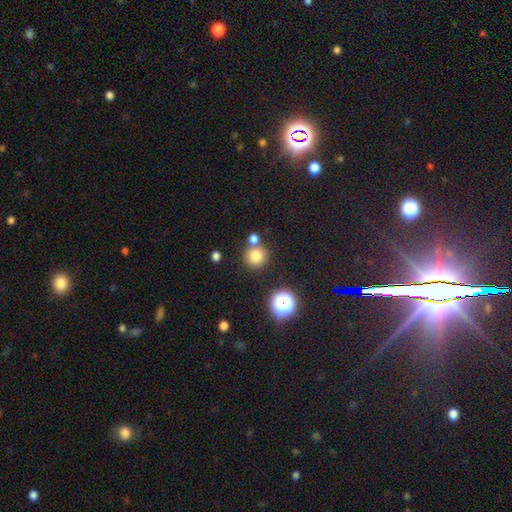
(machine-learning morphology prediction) smooth-or-featured: smooth: 78% | star or artifact: 14% | featured or disk: 7%
  how-rounded: round: 93% | in between: 6% | cigar-shaped: 1%
  merging: none: 69% | merger: 19% | minor disturbance: 9% | major disturbance: 3%